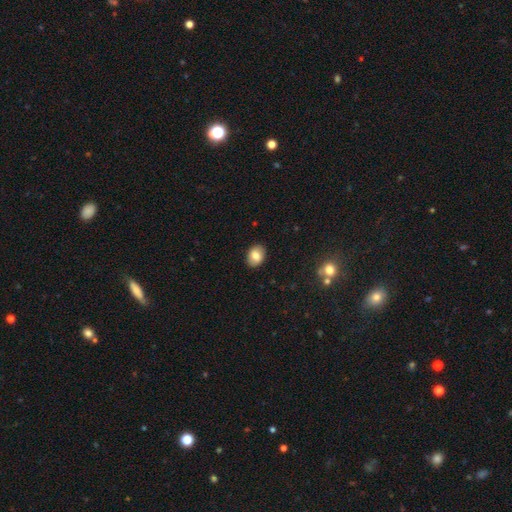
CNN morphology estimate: smooth 80%, featured or disk 11%, star or artifact 8%. Down the decision tree: how rounded — in between (68%); merging — none (89%).